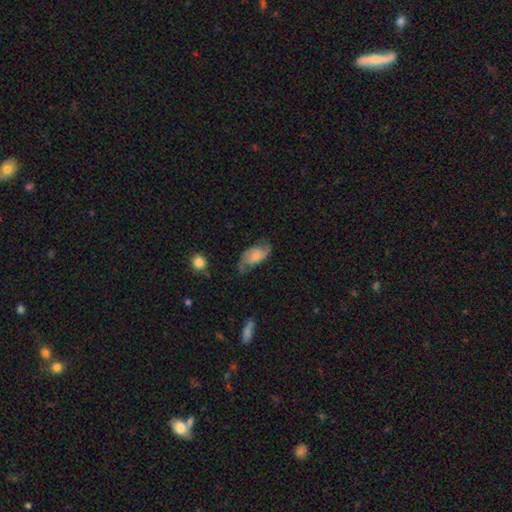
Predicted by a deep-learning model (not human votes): This is possibly a featured or disk galaxy (58%). It is clearly not viewed edge-on (95%). Bar: possibly no (59%). Spiral arm pattern: clearly yes (90%). Central bulge: marginally small (30%). Merging: possibly none (59%).